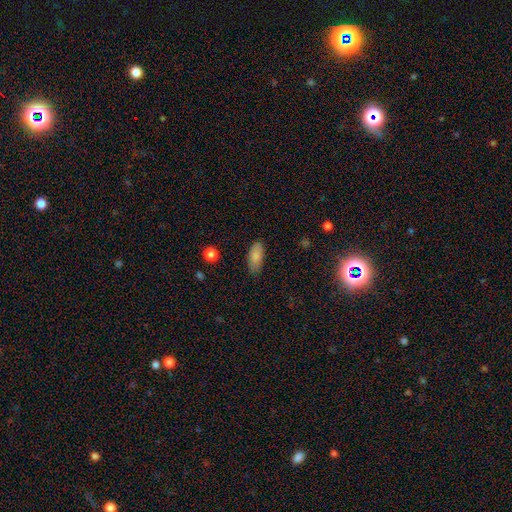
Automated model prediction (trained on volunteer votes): Overall: smooth (86%). How rounded: in between (85%). Merging: none (83%).